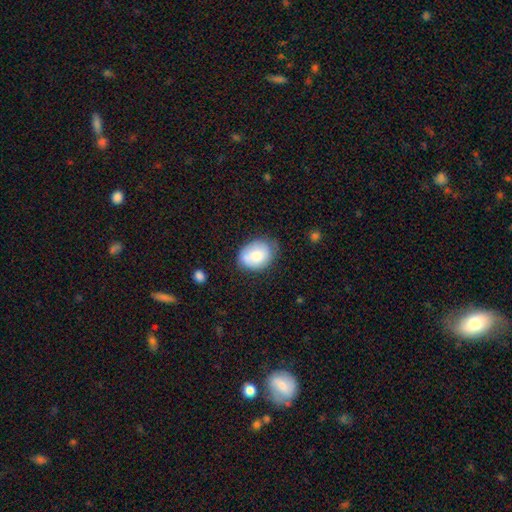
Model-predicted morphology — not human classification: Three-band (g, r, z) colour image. It shows a smooth galaxy with no disk features (78%) that is in between round and cigar-shaped (65%). Merging: none (60%).